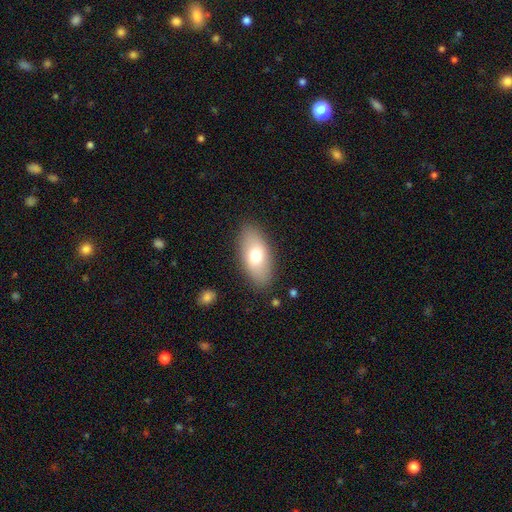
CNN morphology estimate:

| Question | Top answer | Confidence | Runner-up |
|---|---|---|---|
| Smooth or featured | smooth | 72% | featured or disk (22%) |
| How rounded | in between | 90% | cigar-shaped (6%) |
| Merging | none | 86% | minor disturbance (10%) |